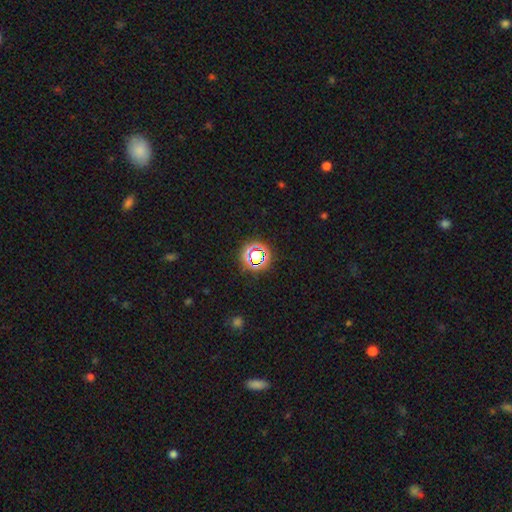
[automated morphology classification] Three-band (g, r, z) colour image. It shows a star or artifact, not a galaxy (61%).